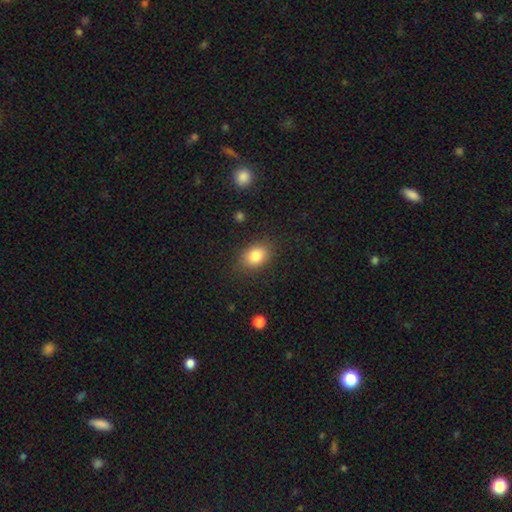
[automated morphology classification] smooth 83%, star or artifact 10%, featured or disk 8%. Down the decision tree: how rounded — in between (69%); merging — none (84%).